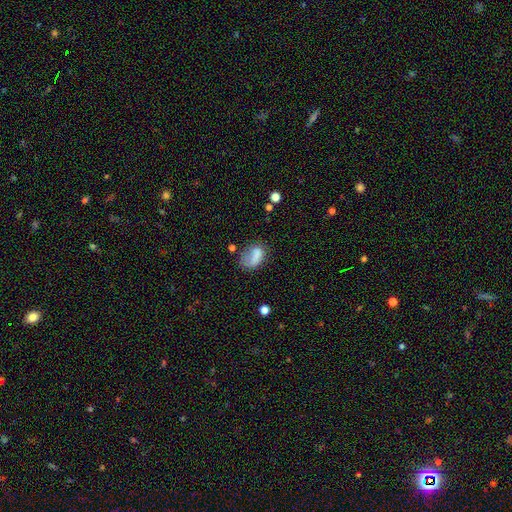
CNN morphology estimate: The model was most divided on "merging": none: 35%, major disturbance: 31%, minor disturbance: 28%, merger: 7%. More confident: how rounded — in between (83%); smooth or featured — smooth (72%).